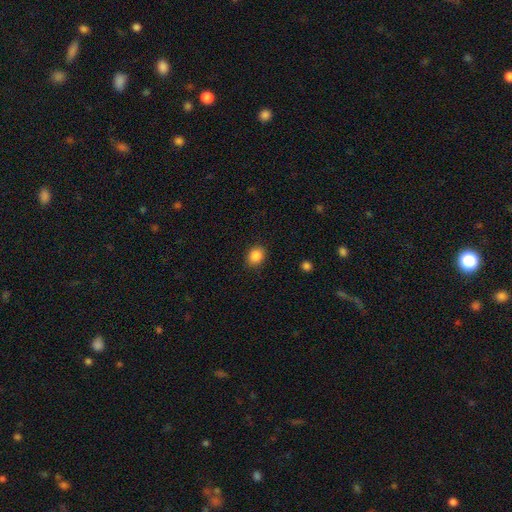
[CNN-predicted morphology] smooth 87%, star or artifact 9%, featured or disk 4%. Down the decision tree: how rounded — round (59%); merging — none (88%).